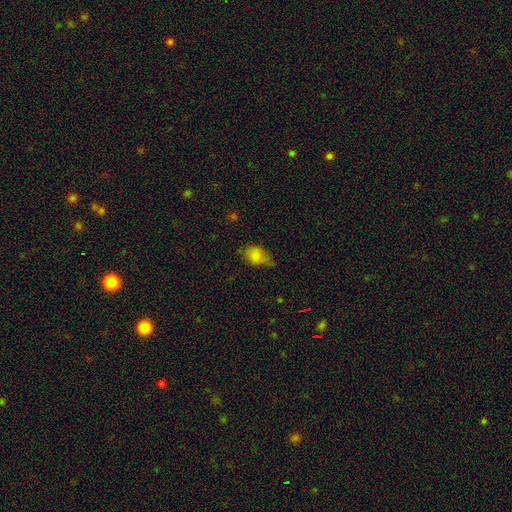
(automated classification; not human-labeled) smooth_or_featured: smooth (p=0.80) [alt: star or artifact p=0.11]
how_rounded: in between (p=0.76) [alt: round p=0.22]
merging: none (p=0.48) [alt: minor disturbance p=0.38]